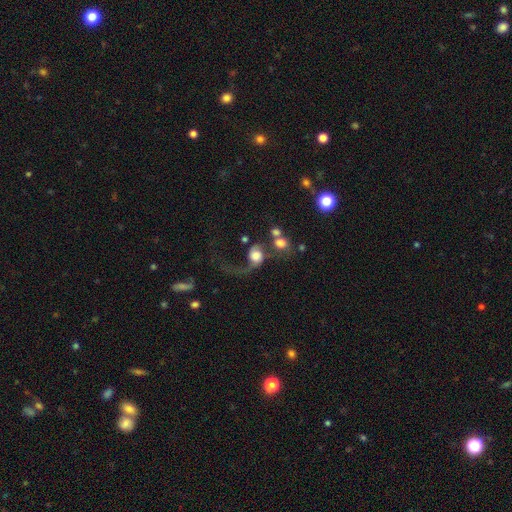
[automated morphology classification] Smooth or featured? Predicted: featured or disk (p=0.45, tied with smooth). Merging? Predicted: major disturbance (p=0.42).